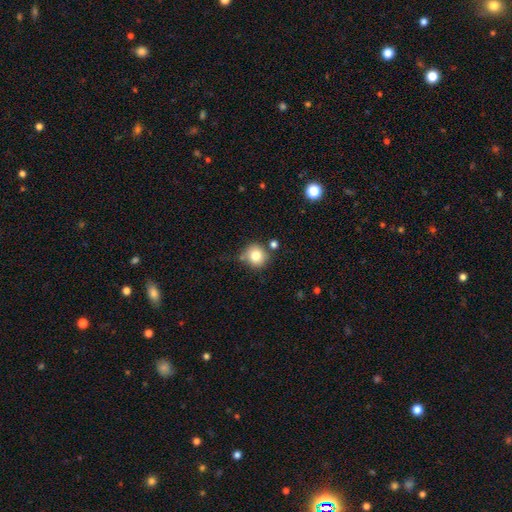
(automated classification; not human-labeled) Smooth or featured? smooth (79%)
How rounded? round (91%)
Merging? none (71%)